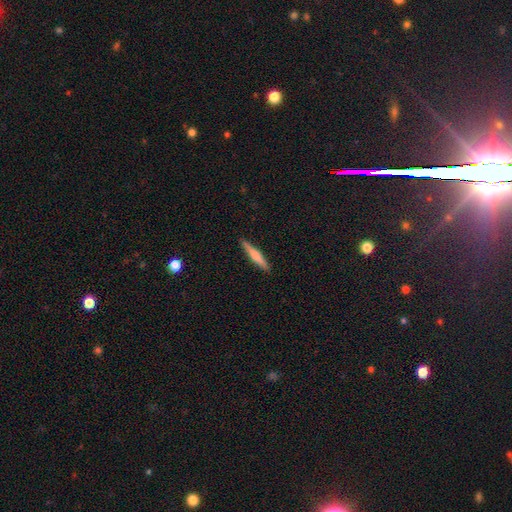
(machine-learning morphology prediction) This is possibly a smooth galaxy (52%). How rounded: clearly cigar-shaped (92%). Merging: clearly none (91%).